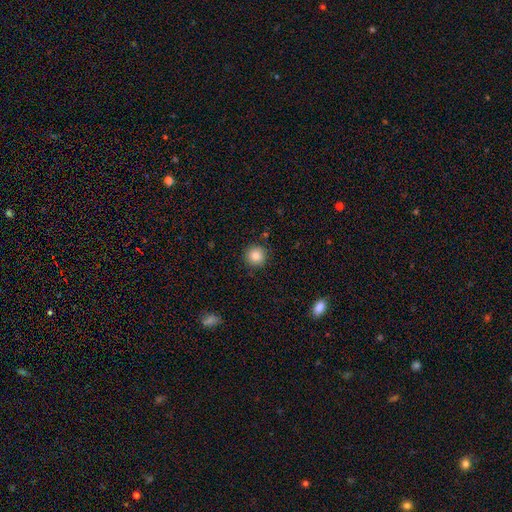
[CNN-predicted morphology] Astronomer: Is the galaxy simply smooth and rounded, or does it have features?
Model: smooth — 85%.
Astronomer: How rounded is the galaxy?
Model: round — 95%.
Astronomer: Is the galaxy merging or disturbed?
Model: none — 90%.